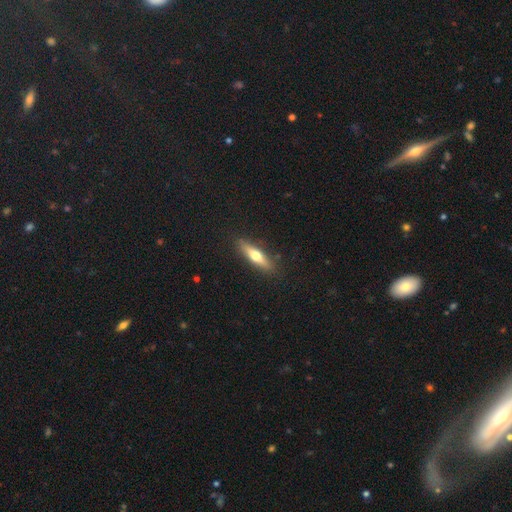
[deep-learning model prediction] Smooth or featured: smooth — 51% (featured or disk — 43%)
How rounded: cigar-shaped — 74% (in between — 24%)
Merging: none — 87% (minor disturbance — 9%)